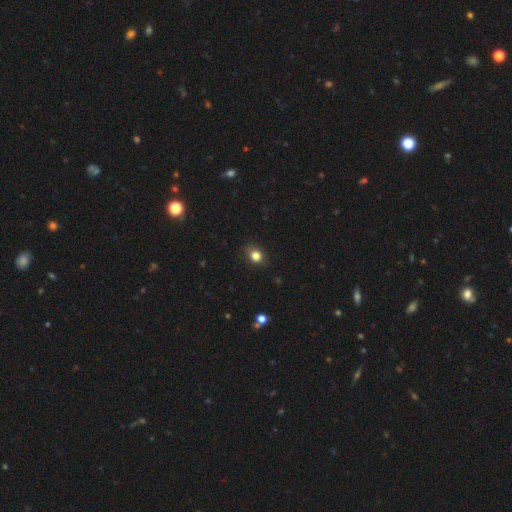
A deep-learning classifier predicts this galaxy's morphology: type=smooth (82%); roundness=round (59%); merging=none (82%).